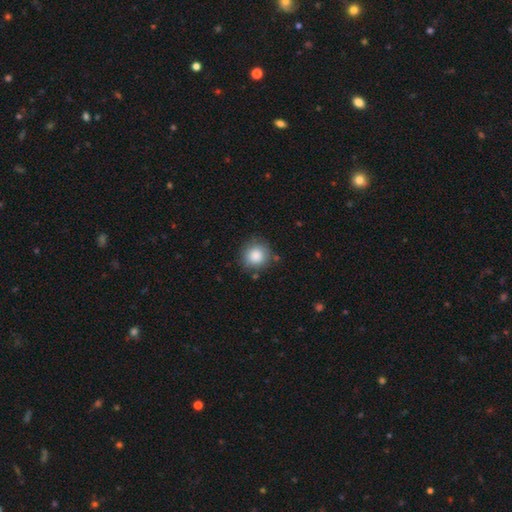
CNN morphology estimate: The model was most divided on "merging": none: 81%, minor disturbance: 13%, major disturbance: 4%, merger: 3%. More confident: how rounded — round (90%); smooth or featured — smooth (86%).